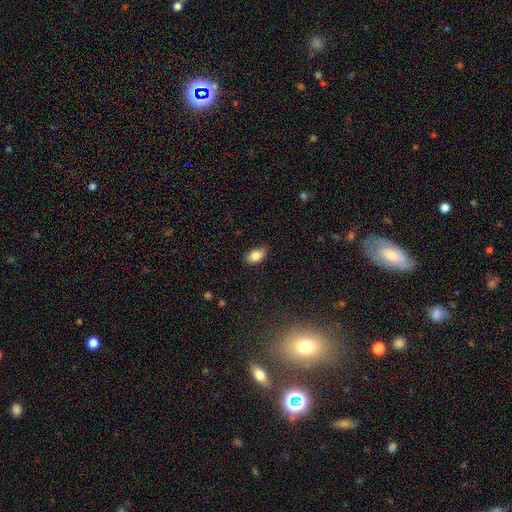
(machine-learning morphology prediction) Smooth or featured?
  - smooth: 84% *
  - featured or disk: 8%
  - star or artifact: 8%
How rounded?
  - in between: 89% *
  - round: 9%
  - cigar-shaped: 2%
Merging?
  - none: 83% *
  - minor disturbance: 14%
  - major disturbance: 2%
  - merger: 1%